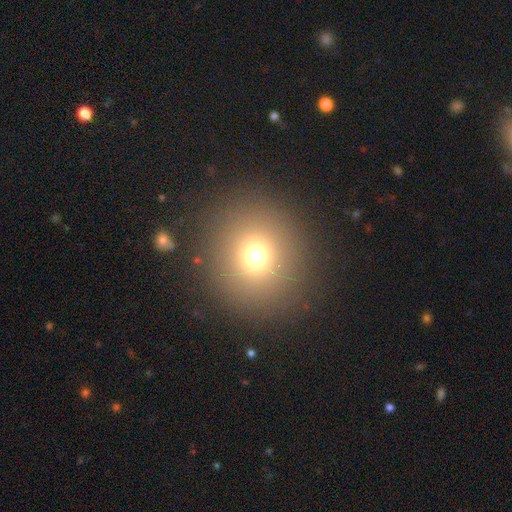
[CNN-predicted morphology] This appears to be a smooth galaxy with no disk features (71%) that is round (90%). Merging: none (88%).